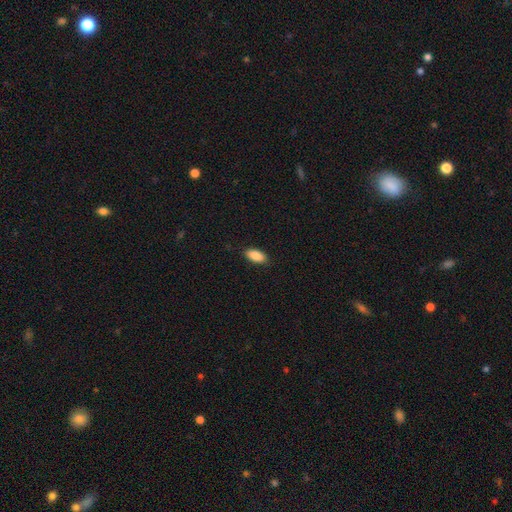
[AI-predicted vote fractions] This appears to be a smooth galaxy with no disk features (89%) that is in between round and cigar-shaped (91%). Merging: none (87%).